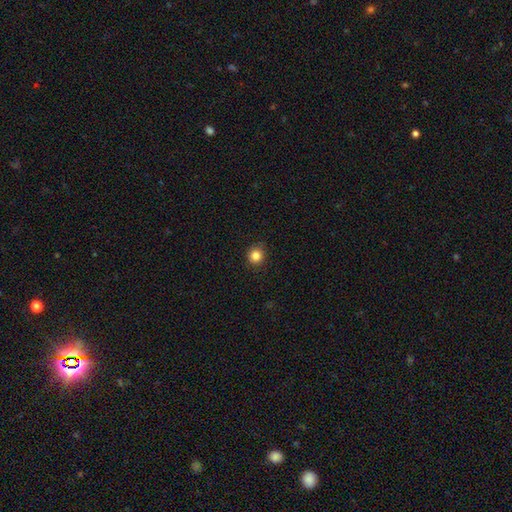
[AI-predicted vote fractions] smooth-or-featured: smooth: 85% | star or artifact: 11% | featured or disk: 4%
  how-rounded: round: 91% | in between: 8% | cigar-shaped: 1%
  merging: none: 89% | minor disturbance: 8% | major disturbance: 2% | merger: 1%